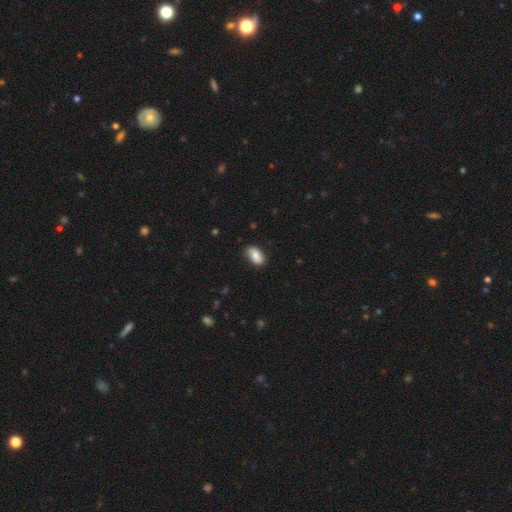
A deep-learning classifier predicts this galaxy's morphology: This appears to be a smooth galaxy with no disk features (78%) that is in between round and cigar-shaped (92%). Merging: none (78%).